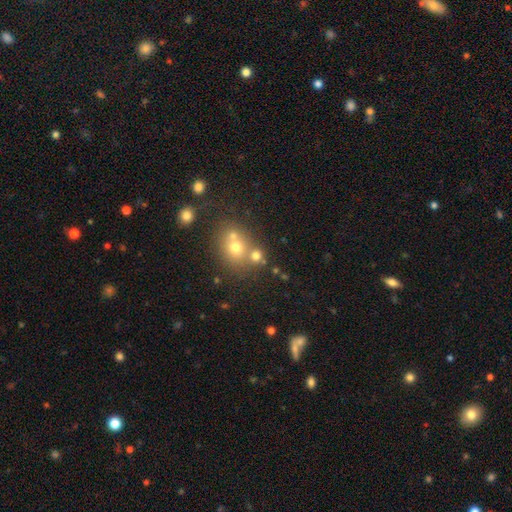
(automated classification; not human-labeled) Overall: smooth (67%). How rounded: round (77%). Merging: none (49%; merger 39%).